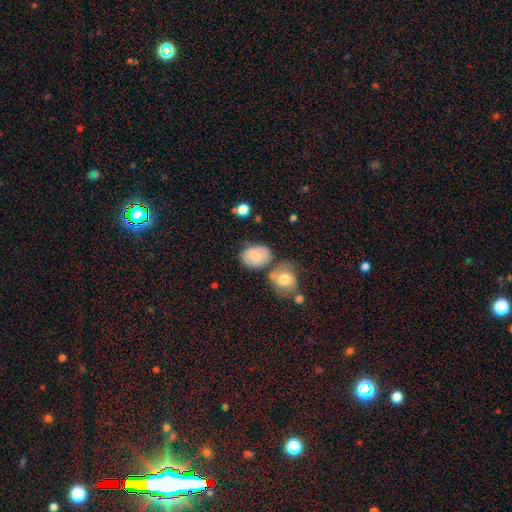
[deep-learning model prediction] Smooth or featured?
  - smooth: 73% *
  - featured or disk: 19%
  - star or artifact: 8%
How rounded?
  - in between: 65% *
  - round: 34%
  - cigar-shaped: 1%
Merging?
  - none: 55% *
  - minor disturbance: 22%
  - merger: 16%
  - major disturbance: 7%